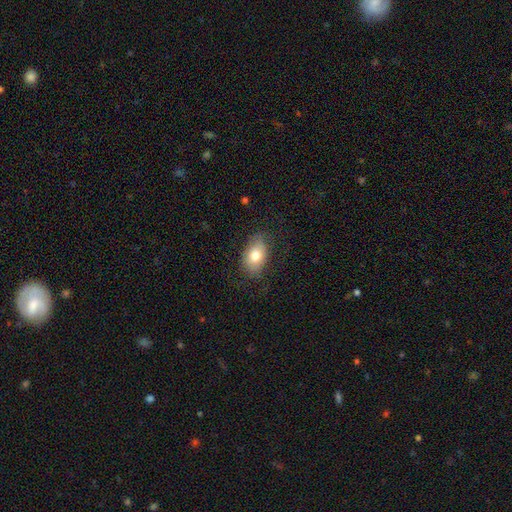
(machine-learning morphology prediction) Smooth or featured? Predicted: smooth (p=0.77). How rounded? Predicted: in between (p=0.88). Merging? Predicted: none (p=0.76).